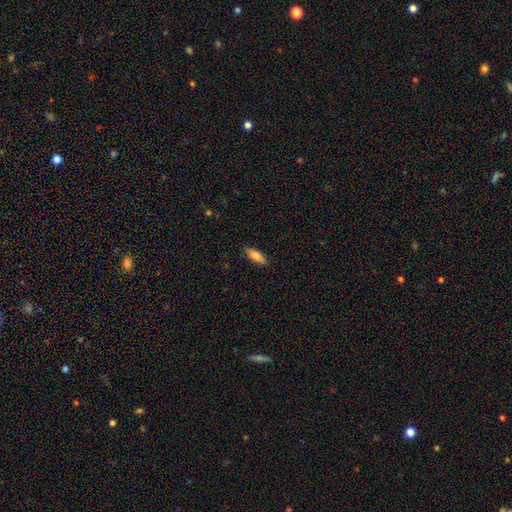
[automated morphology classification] Smooth or featured?
  - smooth: 76% *
  - featured or disk: 17%
  - star or artifact: 6%
How rounded?
  - in between: 70% *
  - cigar-shaped: 28%
  - round: 2%
Merging?
  - none: 87% *
  - minor disturbance: 10%
  - major disturbance: 2%
  - merger: 1%